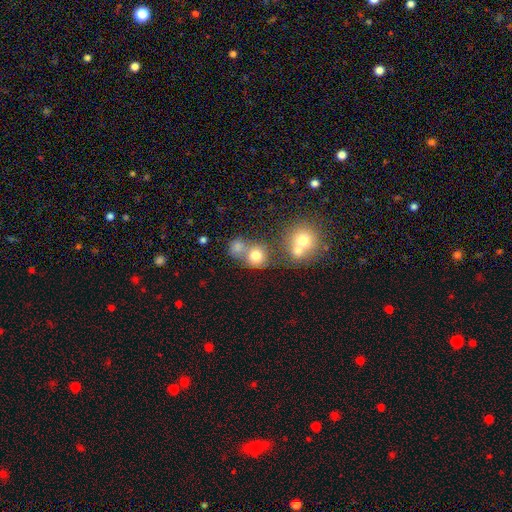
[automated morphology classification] Smooth or featured? Predicted: smooth (p=0.75). How rounded? Predicted: round (p=0.81). Merging? Predicted: none (p=0.43).